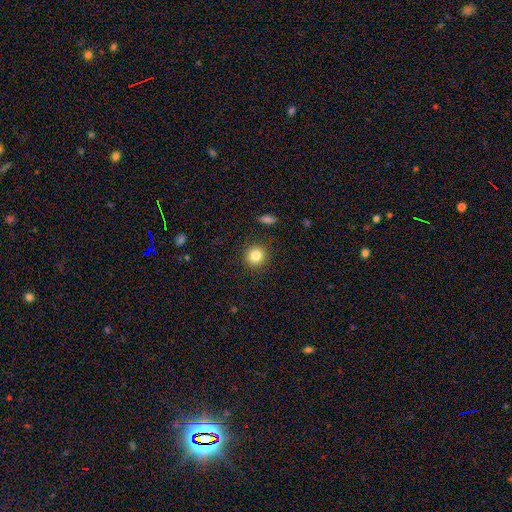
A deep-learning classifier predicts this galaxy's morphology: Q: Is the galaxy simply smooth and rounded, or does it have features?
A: smooth — 83%.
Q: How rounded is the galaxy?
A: round — 92%.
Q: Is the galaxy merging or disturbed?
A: none — 90%.